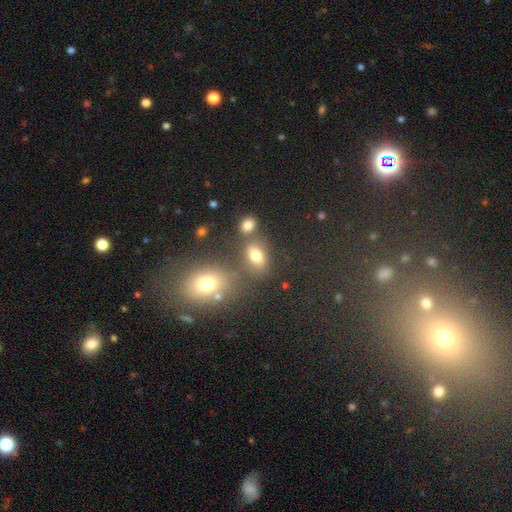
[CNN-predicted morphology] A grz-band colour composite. It shows a smooth galaxy with no disk features (73%) that is in between round and cigar-shaped (77%). Merging: none (61%).